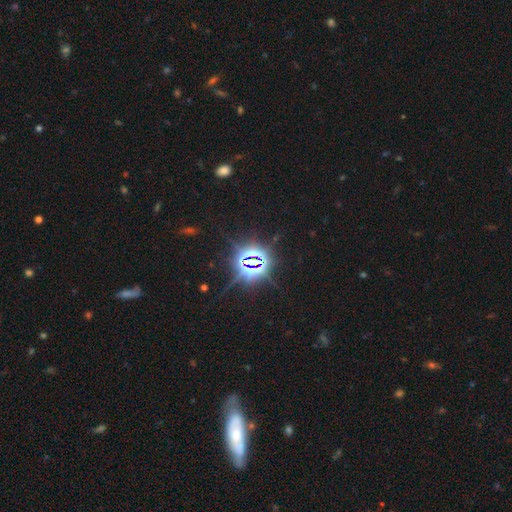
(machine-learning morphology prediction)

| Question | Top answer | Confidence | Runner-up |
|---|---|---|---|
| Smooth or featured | star or artifact | 86% | smooth (8%) |